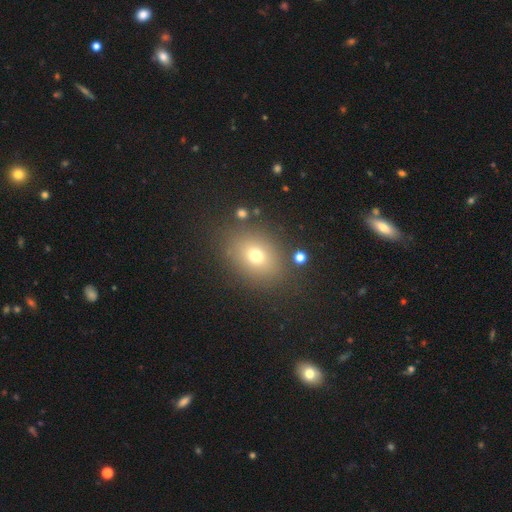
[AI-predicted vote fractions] smooth 70%, star or artifact 17%, featured or disk 13%. Down the decision tree: how rounded — in between (54%); merging — none (83%).